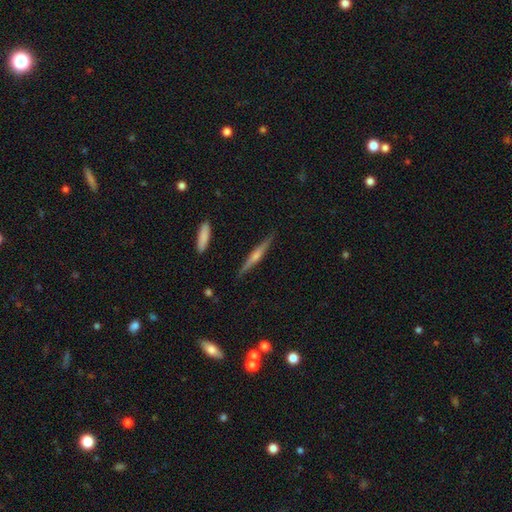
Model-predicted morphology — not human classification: Smooth or featured? featured or disk (71%)
Edge-on disk? yes (97%)
Edge-on bulge? rounded (80%)
Merging? none (89%)